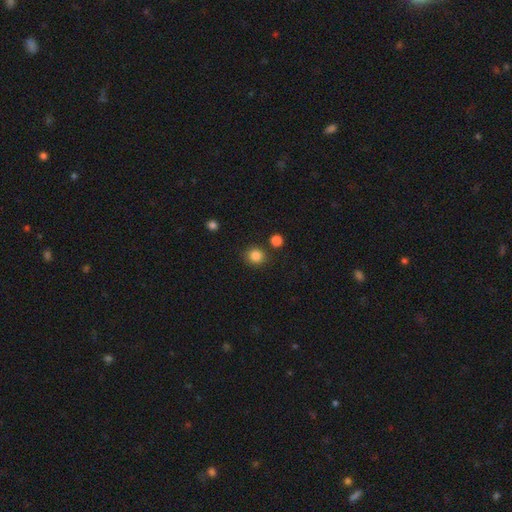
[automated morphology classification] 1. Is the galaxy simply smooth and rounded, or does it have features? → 85% smooth, 11% star or artifact, 4% featured or disk.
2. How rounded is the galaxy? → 87% round, 12% in between, 1% cigar-shaped.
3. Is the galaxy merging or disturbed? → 83% none, 8% minor disturbance, 6% merger, 3% major disturbance.